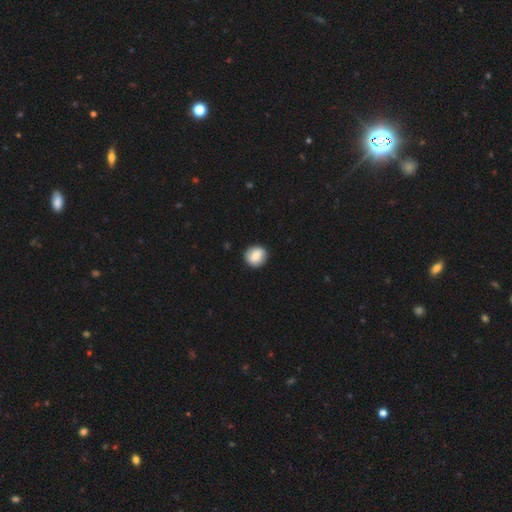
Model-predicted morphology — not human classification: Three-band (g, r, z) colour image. It shows a smooth galaxy with no disk features (77%) that is round (85%). Merging: none (89%).